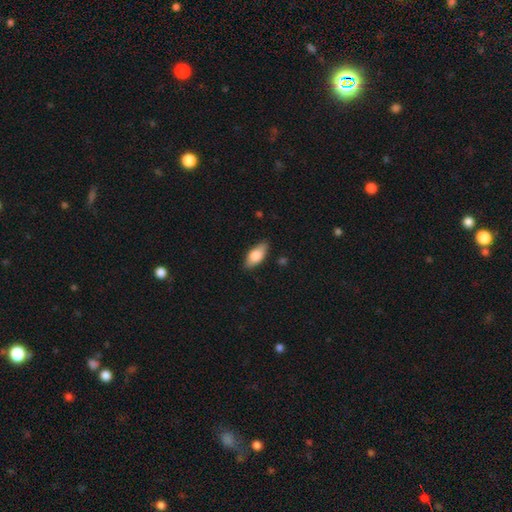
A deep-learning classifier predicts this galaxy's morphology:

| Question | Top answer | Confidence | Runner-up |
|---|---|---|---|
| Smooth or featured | smooth | 77% | featured or disk (17%) |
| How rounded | in between | 87% | cigar-shaped (10%) |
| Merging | none | 84% | minor disturbance (13%) |